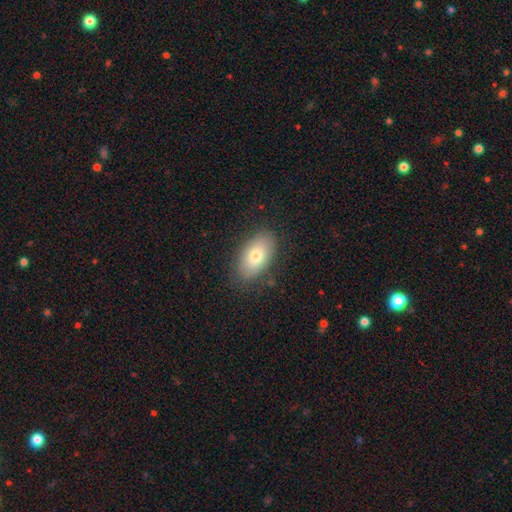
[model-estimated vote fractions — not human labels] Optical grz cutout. It shows a smooth galaxy with no disk features (75%) that is in between round and cigar-shaped (93%). Merging: none (84%).